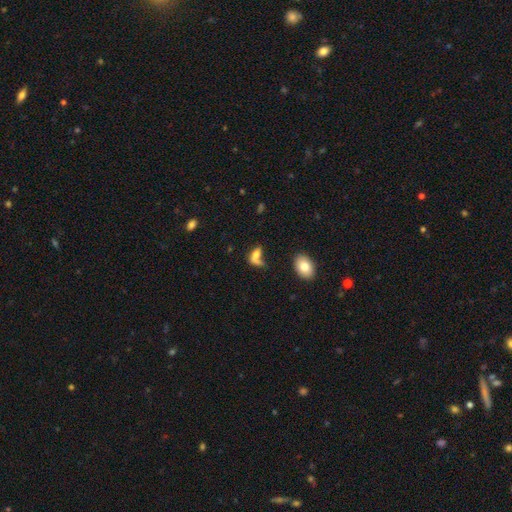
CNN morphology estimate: Smooth or featured? Predicted: smooth (p=0.62). How rounded? Predicted: in between (p=0.74). Merging? Predicted: none (p=0.31).